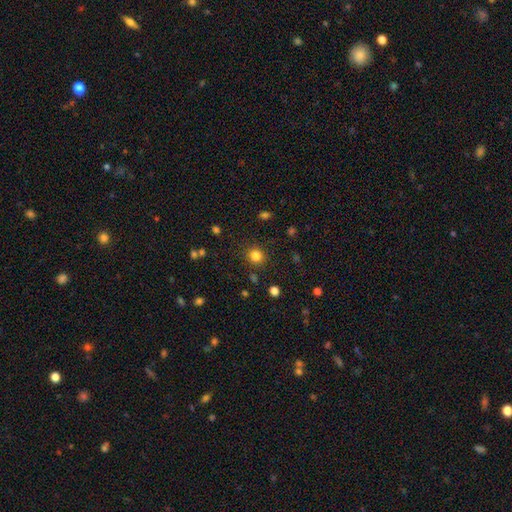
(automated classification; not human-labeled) This appears to be a smooth galaxy with no disk features (82%) that is round (88%). Merging: none (87%).